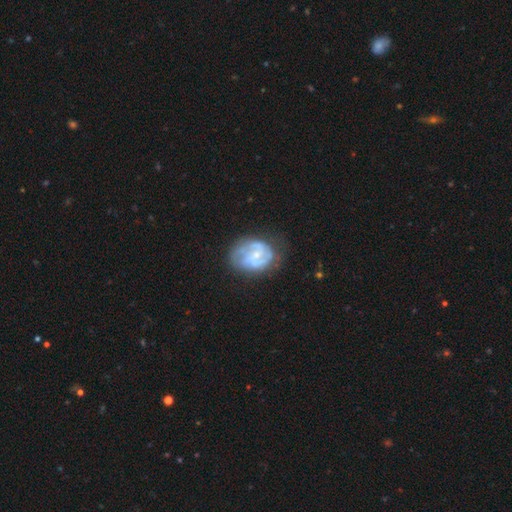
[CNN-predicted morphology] The model was most divided on "spiral winding": medium: 45%, tight: 39%, loose: 16%. More confident: edge-on disk — no (98%); spiral arms — yes (88%); smooth or featured — featured or disk (76%); bulge size — small (62%); merging — none (59%); bar — no (54%); spiral arm count — 2 (50%).